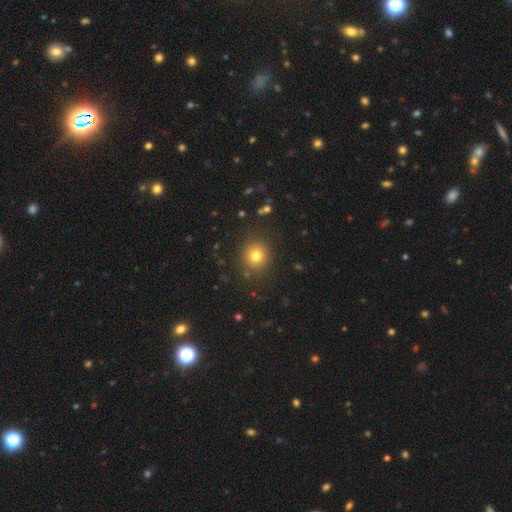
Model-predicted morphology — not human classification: A smooth galaxy with no disk features (78%) that is round (88%). Merging: none (87%).